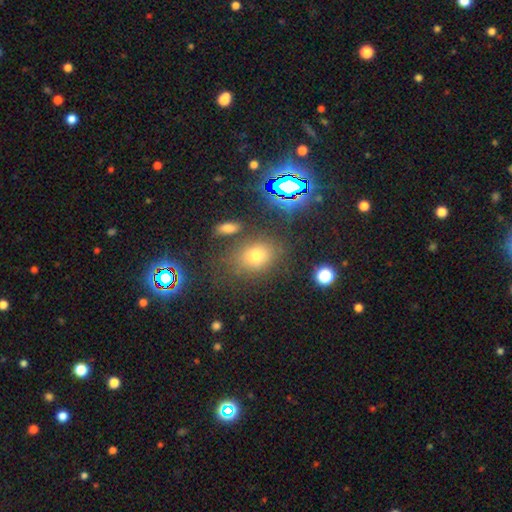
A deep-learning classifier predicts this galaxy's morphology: This is possibly a smooth galaxy (59%). How rounded: possibly in between (52%). Merging: likely none (75%).